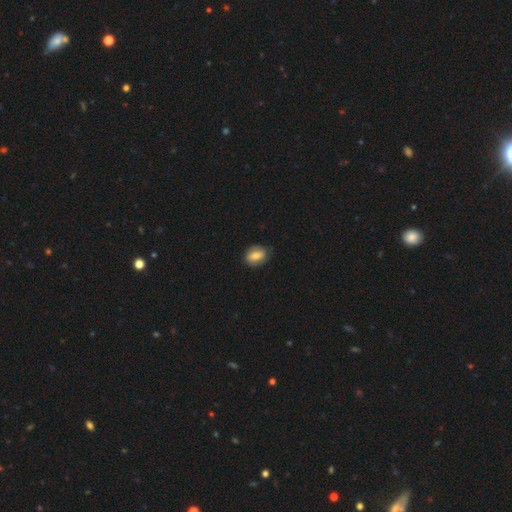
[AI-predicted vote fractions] Overall: smooth (69%). How rounded: in between (73%). Merging: none (80%).